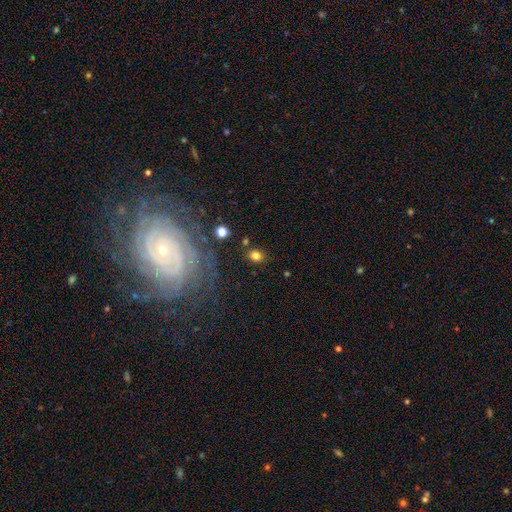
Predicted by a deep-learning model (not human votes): This is likely a smooth galaxy (78%). How rounded: possibly round (51%). Merging: clearly none (82%).